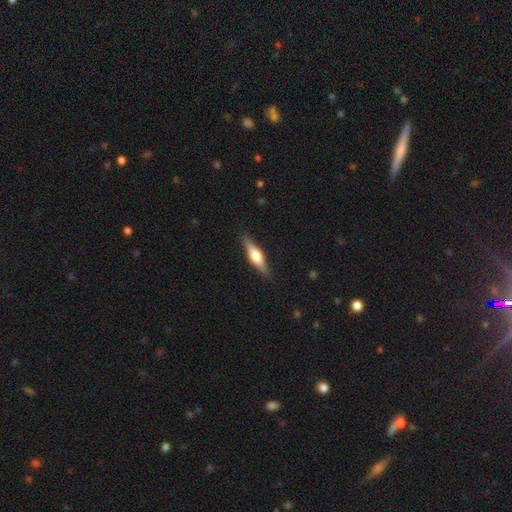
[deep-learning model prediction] featured or disk 63%, smooth 31%, star or artifact 6%. Down the decision tree: edge-on disk — yes (96%); edge-on bulge — rounded (91%); merging — none (89%).